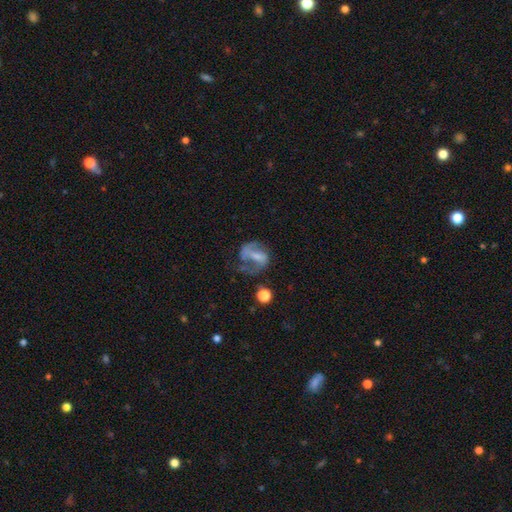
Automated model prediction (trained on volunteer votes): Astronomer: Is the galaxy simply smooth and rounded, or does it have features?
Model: featured or disk — 66%.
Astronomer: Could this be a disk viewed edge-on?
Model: no — 97%.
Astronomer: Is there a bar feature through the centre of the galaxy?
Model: weak — 39% (runner-up: strong, 35%).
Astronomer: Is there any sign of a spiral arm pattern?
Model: yes — 74%.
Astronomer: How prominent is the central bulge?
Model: none — 39% (runner-up: small, 28%).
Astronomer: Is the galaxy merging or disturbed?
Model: none — 39% (runner-up: major disturbance, 33%).